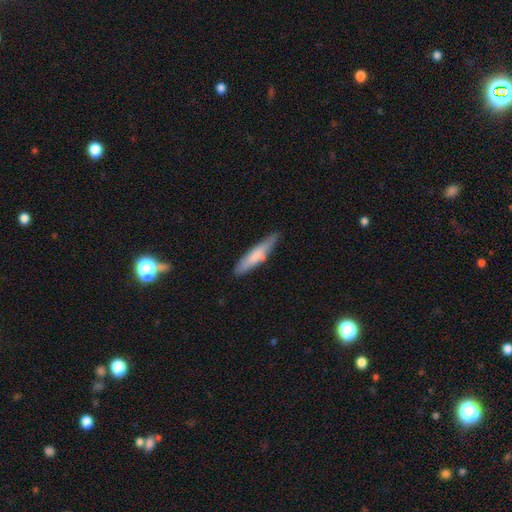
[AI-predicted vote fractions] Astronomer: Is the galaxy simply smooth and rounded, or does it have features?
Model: smooth — 71%.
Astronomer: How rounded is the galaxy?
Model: cigar-shaped — 82%.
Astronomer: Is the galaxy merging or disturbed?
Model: none — 72%.